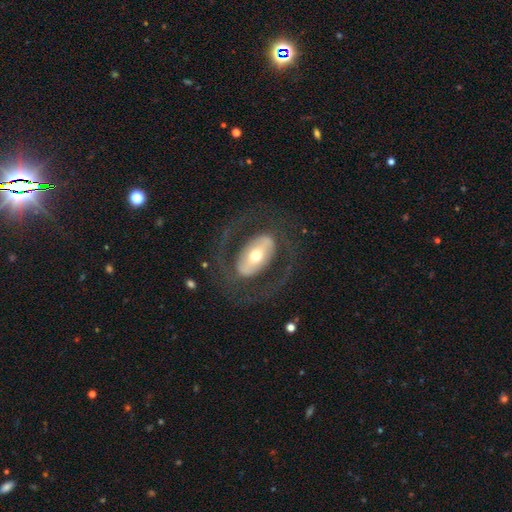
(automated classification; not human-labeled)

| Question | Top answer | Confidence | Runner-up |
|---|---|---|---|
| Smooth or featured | featured or disk | 74% | smooth (21%) |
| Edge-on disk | no | 92% | yes (8%) |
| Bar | strong | 46% | no (29%) |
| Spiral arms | yes | 61% | no (39%) |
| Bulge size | moderate | 62% | small (23%) |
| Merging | none | 71% | major disturbance (16%) |